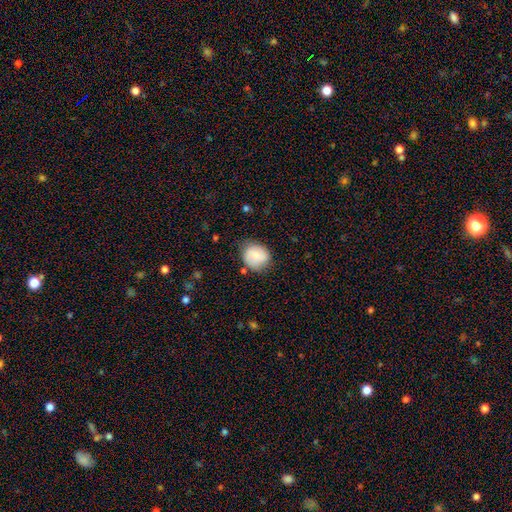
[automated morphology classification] A smooth galaxy with no disk features (75%) that is round (72%). Merging: none (71%).